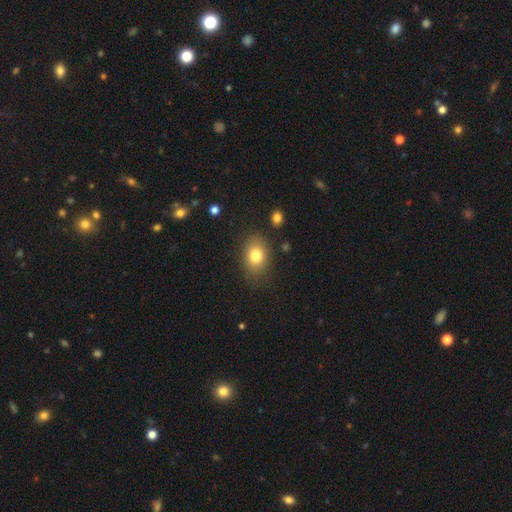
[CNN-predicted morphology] Smooth or featured?
  - smooth: 79% *
  - featured or disk: 10%
  - star or artifact: 10%
How rounded?
  - in between: 68% *
  - round: 31%
  - cigar-shaped: 1%
Merging?
  - none: 78% *
  - minor disturbance: 15%
  - major disturbance: 5%
  - merger: 2%